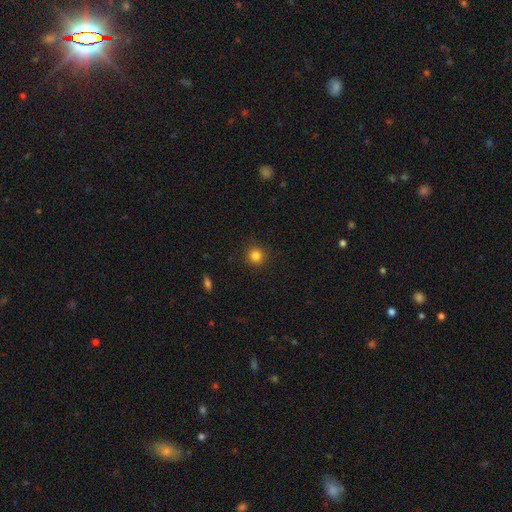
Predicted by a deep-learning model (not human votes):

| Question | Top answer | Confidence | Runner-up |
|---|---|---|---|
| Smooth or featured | smooth | 84% | star or artifact (12%) |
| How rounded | round | 94% | in between (5%) |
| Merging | none | 90% | minor disturbance (7%) |